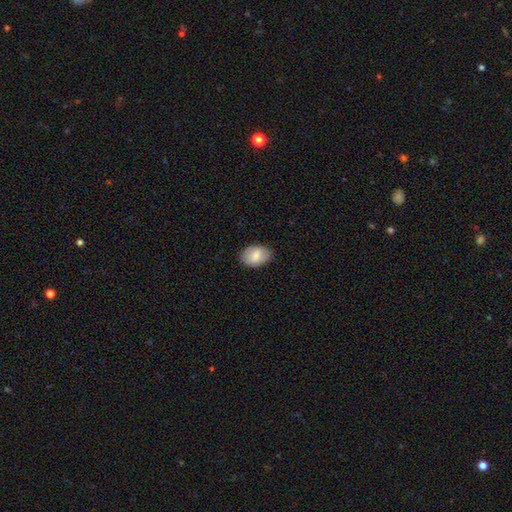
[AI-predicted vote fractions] A smooth galaxy with no disk features (81%) that is in between round and cigar-shaped (84%). Merging: none (82%).